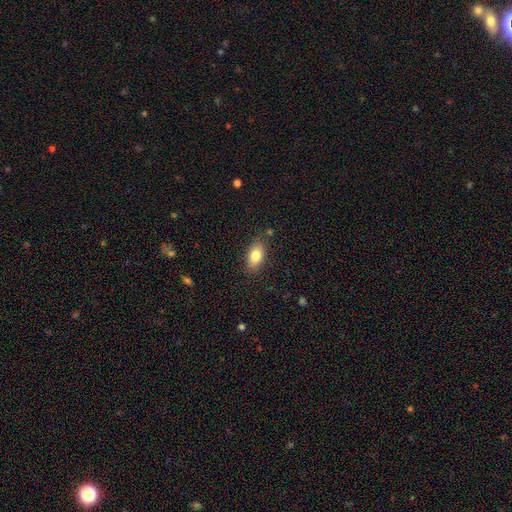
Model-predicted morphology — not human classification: Smooth or featured? Predicted: smooth (p=0.82). How rounded? Predicted: in between (p=0.89). Merging? Predicted: none (p=0.84).